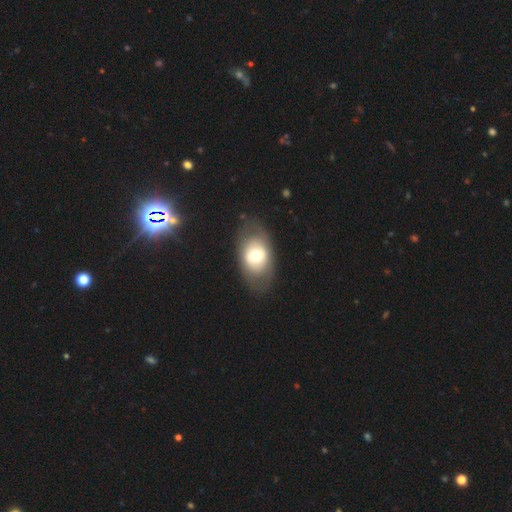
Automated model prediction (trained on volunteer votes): Overall: smooth (55%; featured or disk 38%). How rounded: in between (81%). Merging: none (79%).